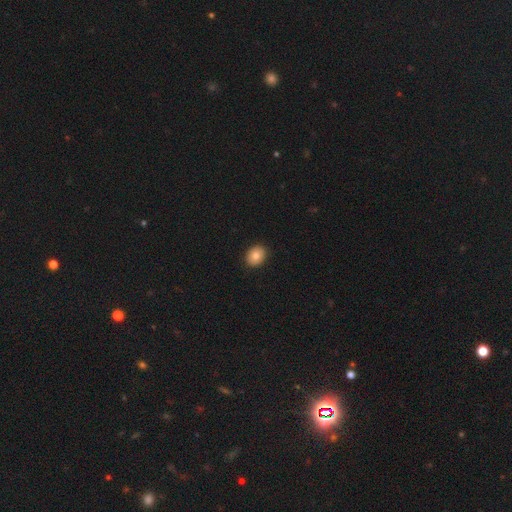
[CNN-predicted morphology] smooth_or_featured: smooth (p=0.82) [alt: featured or disk p=0.09]
how_rounded: round (p=0.53) [alt: in between p=0.46]
merging: none (p=0.91) [alt: minor disturbance p=0.06]